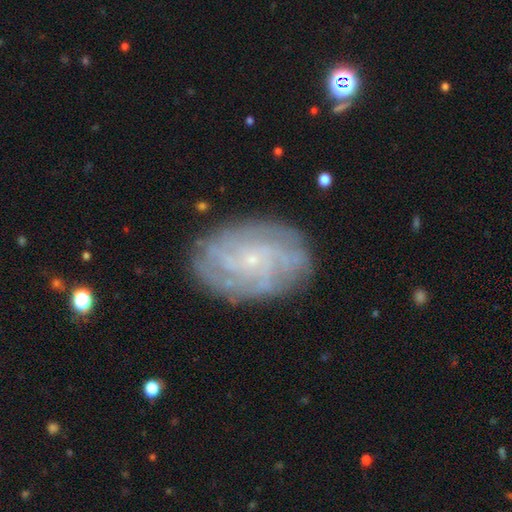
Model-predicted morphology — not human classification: featured or disk 79%, smooth 14%, star or artifact 8%. Down the decision tree: edge-on disk — no (97%); bar — no (75%); spiral arms — yes (93%); spiral arm count — can't tell (38%); spiral winding — tight (67%); bulge size — small (87%); merging — none (82%).